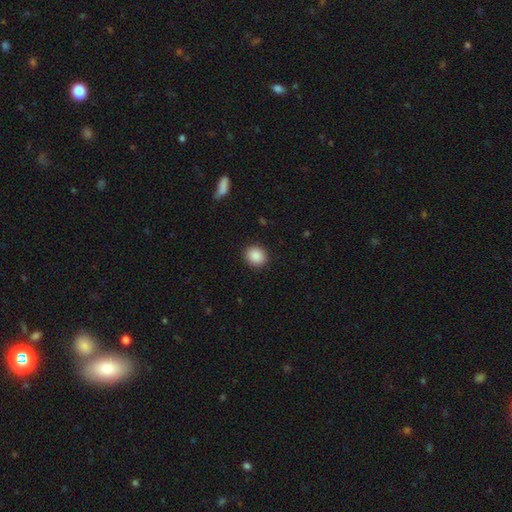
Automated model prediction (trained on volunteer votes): A smooth galaxy with no disk features (89%) that is round (69%).

Vote fractions:
- Smooth or featured? smooth: 89% / star or artifact: 8% / featured or disk: 3%
- How rounded? round: 69% / in between: 30% / cigar-shaped: 1%
- Merging? none: 90% / minor disturbance: 7% / major disturbance: 2% / merger: 1%